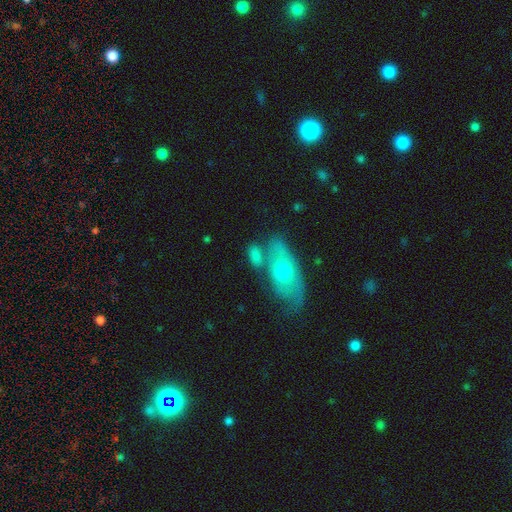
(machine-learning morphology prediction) A smooth galaxy with no disk features (70%) that is in between round and cigar-shaped (80%). Merging: none (45%).